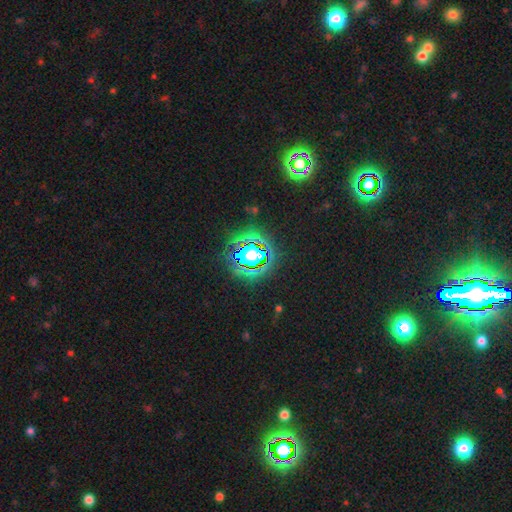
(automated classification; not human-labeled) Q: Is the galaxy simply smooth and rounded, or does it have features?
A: star or artifact — 81%.